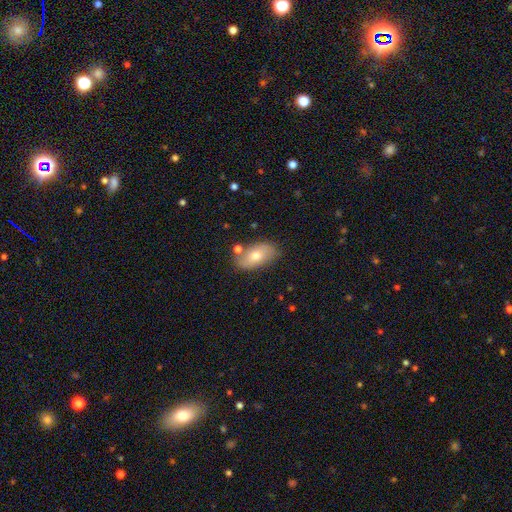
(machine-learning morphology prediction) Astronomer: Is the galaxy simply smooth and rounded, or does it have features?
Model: smooth — 67%.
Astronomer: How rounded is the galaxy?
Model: in between — 91%.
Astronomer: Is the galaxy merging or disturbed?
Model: none — 77%.